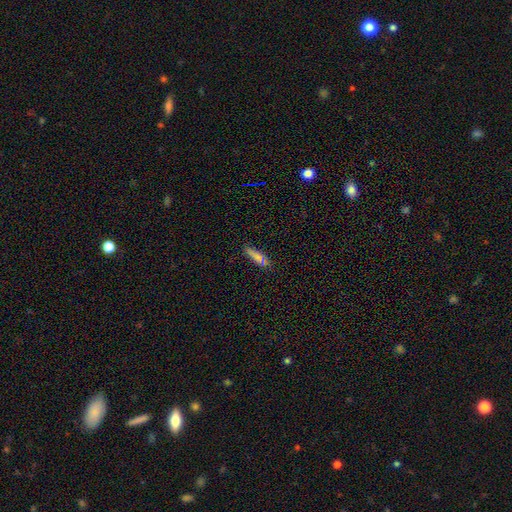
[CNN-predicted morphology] smooth 70%, star or artifact 17%, featured or disk 12%. Down the decision tree: how rounded — cigar-shaped (64%); merging — none (82%).